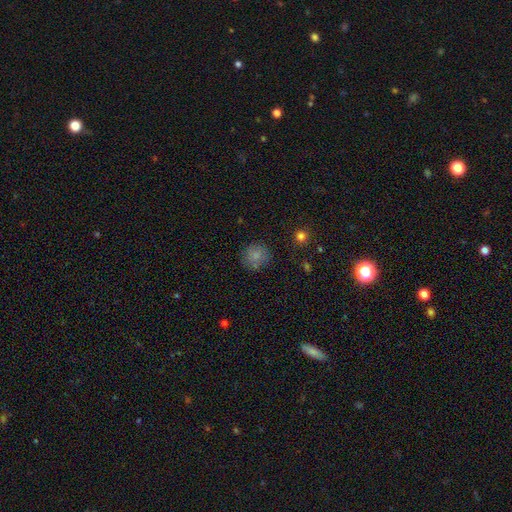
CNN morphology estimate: This is clearly a smooth galaxy (80%). How rounded: clearly round (88%). Merging: likely none (79%).